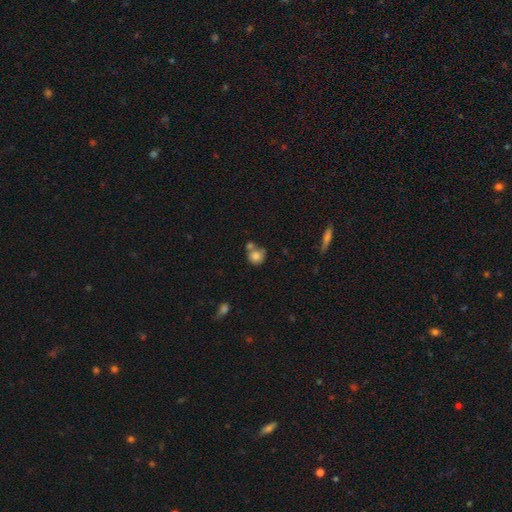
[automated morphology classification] A smooth galaxy with no disk features (80%) that is round (86%). Merging: none (47%).